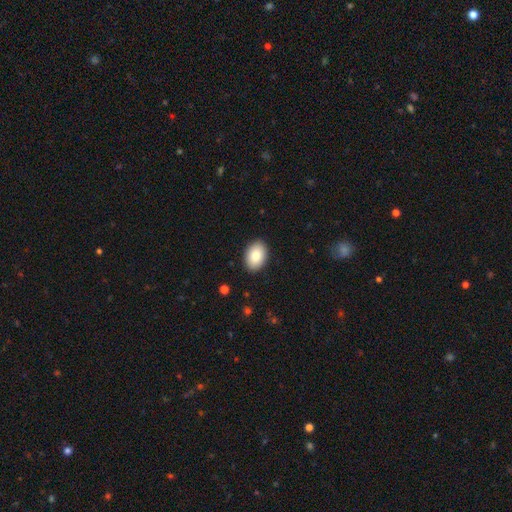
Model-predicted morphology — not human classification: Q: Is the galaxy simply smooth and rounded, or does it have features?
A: smooth — 87%.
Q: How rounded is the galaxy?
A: in between — 85%.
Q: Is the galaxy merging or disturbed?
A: none — 90%.